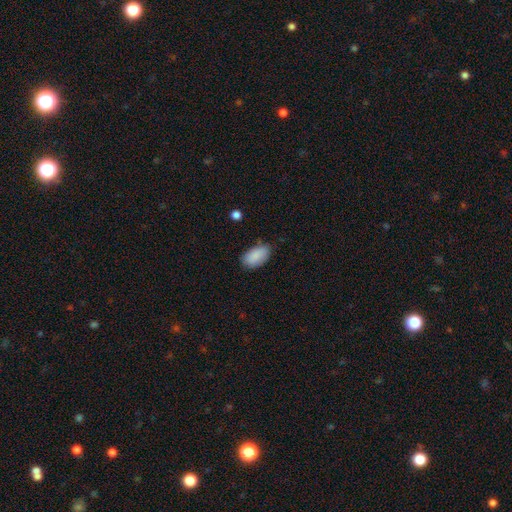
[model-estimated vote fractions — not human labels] smooth_or_featured: smooth (p=0.88) [alt: star or artifact p=0.07]
how_rounded: in between (p=0.94) [alt: round p=0.05]
merging: none (p=0.73) [alt: minor disturbance p=0.22]